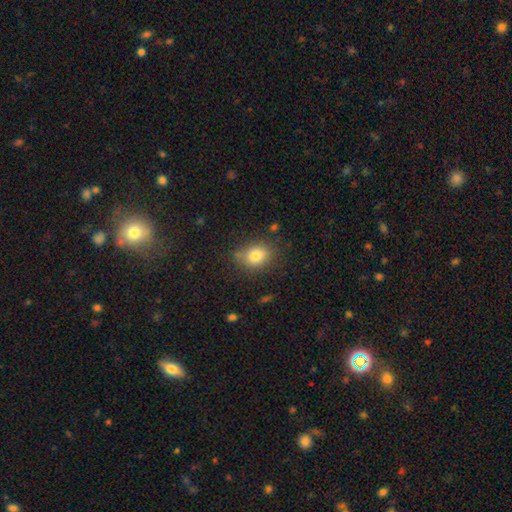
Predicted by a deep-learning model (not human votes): This appears to be a smooth galaxy with no disk features (79%) that is in between round and cigar-shaped (58%). Merging: none (73%).